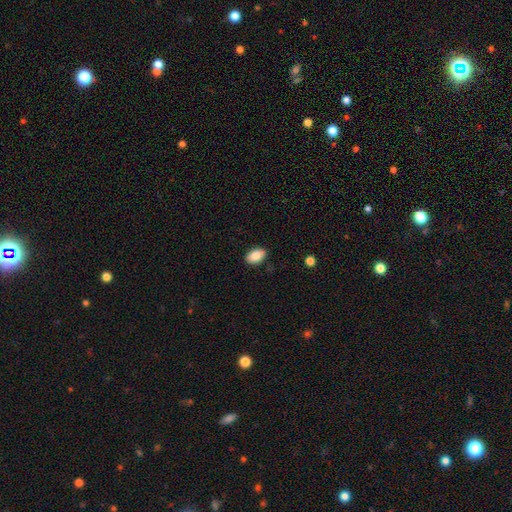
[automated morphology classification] A smooth galaxy with no disk features (86%) that is in between round and cigar-shaped (91%).

Vote fractions:
- Smooth or featured? smooth: 86% / star or artifact: 7% / featured or disk: 7%
- How rounded? in between: 91% / round: 8% / cigar-shaped: 1%
- Merging? none: 87% / minor disturbance: 10% / major disturbance: 2% / merger: 1%